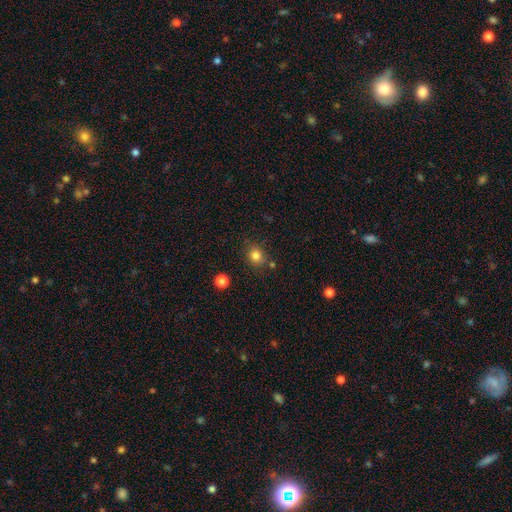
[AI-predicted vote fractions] smooth_or_featured: smooth (p=0.82) [alt: star or artifact p=0.12]
how_rounded: round (p=0.73) [alt: in between p=0.26]
merging: none (p=0.79) [alt: minor disturbance p=0.12]